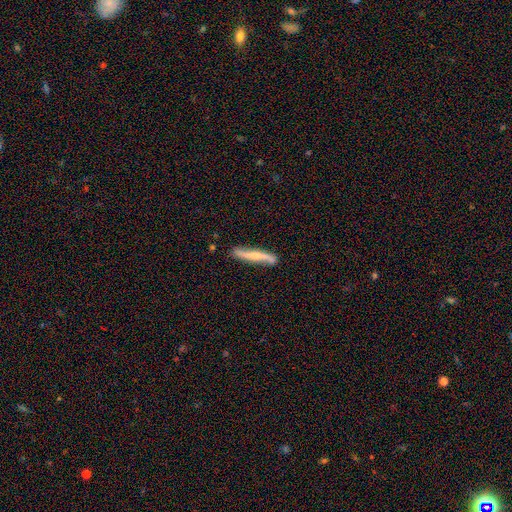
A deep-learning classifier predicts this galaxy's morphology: smooth_or_featured: featured or disk (p=0.53) [alt: smooth p=0.42]
disk_edge_on: yes (p=0.66) [alt: no p=0.34]
merging: none (p=0.76) [alt: minor disturbance p=0.18]